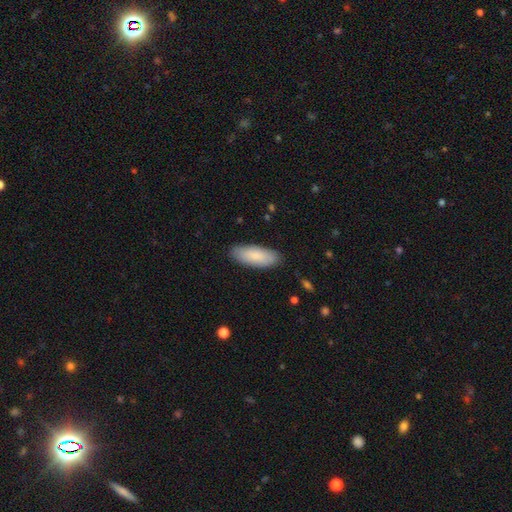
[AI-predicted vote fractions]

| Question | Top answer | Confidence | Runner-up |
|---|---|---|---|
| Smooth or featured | smooth | 83% | featured or disk (11%) |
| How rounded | in between | 79% | cigar-shaped (19%) |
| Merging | none | 86% | minor disturbance (11%) |